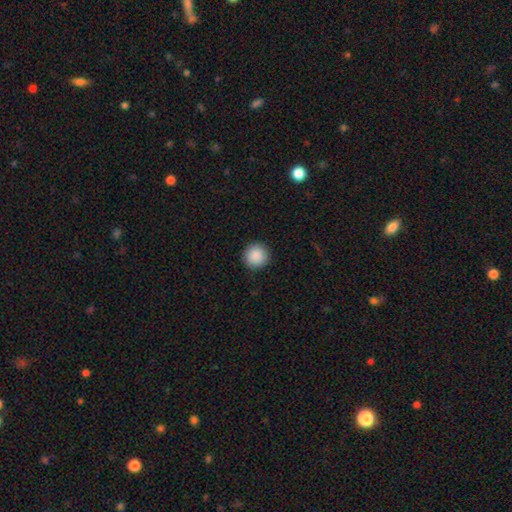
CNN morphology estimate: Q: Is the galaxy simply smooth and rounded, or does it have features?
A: smooth — 90%.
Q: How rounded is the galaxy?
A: round — 96%.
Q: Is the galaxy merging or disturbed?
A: none — 92%.